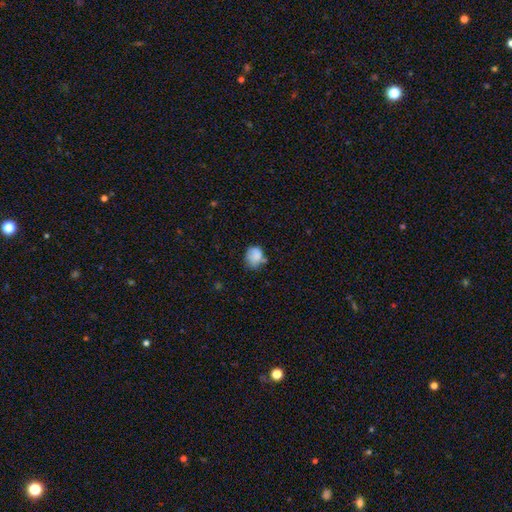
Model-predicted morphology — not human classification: A smooth galaxy with no disk features (81%) that is round (55%).

Vote fractions:
- Smooth or featured? smooth: 81% / featured or disk: 10% / star or artifact: 10%
- How rounded? round: 55% / in between: 44% / cigar-shaped: 1%
- Merging? none: 49% / minor disturbance: 32% / major disturbance: 10% / merger: 8%